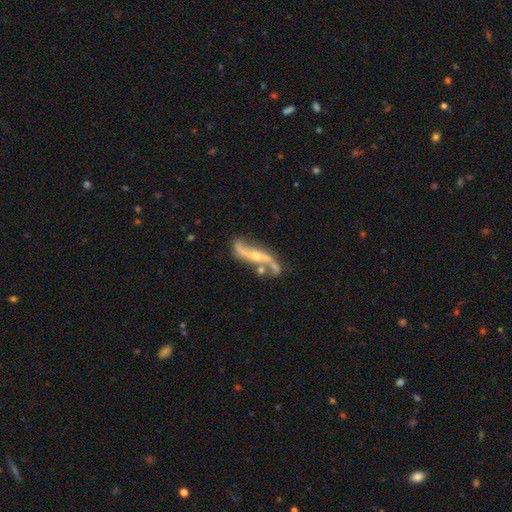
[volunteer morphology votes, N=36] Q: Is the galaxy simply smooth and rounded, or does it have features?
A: featured or disk — 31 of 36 (86%).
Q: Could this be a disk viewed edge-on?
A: no — 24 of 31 (77%).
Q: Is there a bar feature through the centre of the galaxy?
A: no — 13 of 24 (54%).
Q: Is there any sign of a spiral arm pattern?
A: yes — 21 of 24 (88%).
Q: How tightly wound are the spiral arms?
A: loose — 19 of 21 (90%).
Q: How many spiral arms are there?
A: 2 — 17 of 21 (81%).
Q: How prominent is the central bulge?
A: moderate — 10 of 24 (42%, tied with small).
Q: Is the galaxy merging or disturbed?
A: none — 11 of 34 (32%).